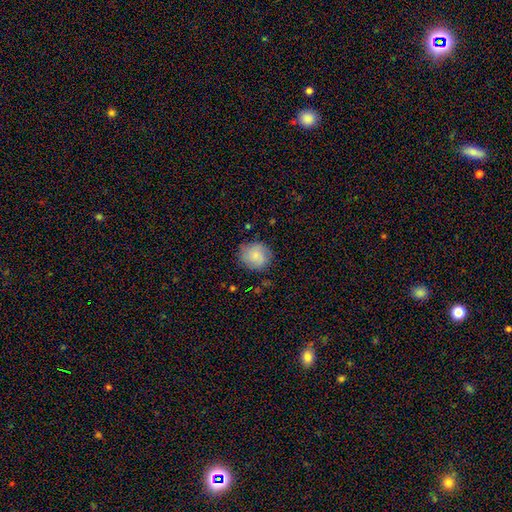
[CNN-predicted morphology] A smooth galaxy with no disk features (78%) that is round (79%). Merging: none (78%).